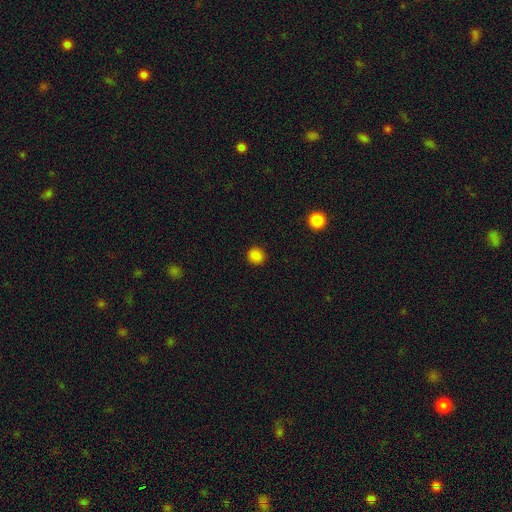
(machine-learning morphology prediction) smooth 86%, star or artifact 11%, featured or disk 3%. Down the decision tree: how rounded — round (90%); merging — none (92%).